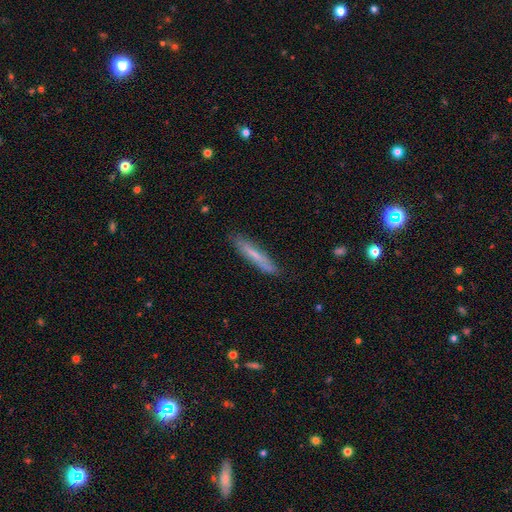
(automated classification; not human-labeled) The model was most divided on "smooth or featured": smooth: 63%, featured or disk: 31%, star or artifact: 7%. More confident: how rounded — cigar-shaped (91%); merging — none (82%).